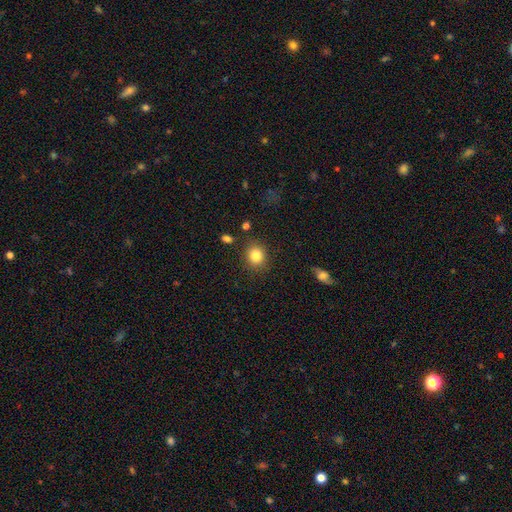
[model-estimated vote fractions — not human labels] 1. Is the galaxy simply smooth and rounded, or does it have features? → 84% smooth, 10% star or artifact, 6% featured or disk.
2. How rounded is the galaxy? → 78% round, 21% in between, 1% cigar-shaped.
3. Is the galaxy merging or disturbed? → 84% none, 10% minor disturbance, 3% major disturbance, 3% merger.